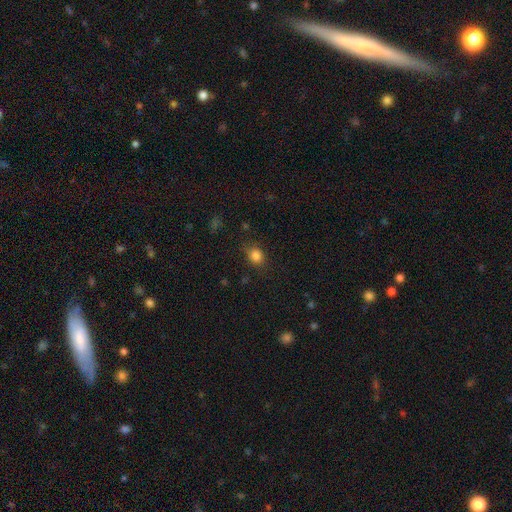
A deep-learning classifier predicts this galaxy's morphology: Smooth or featured? Predicted: smooth (p=0.83). How rounded? Predicted: round (p=0.59). Merging? Predicted: none (p=0.79).